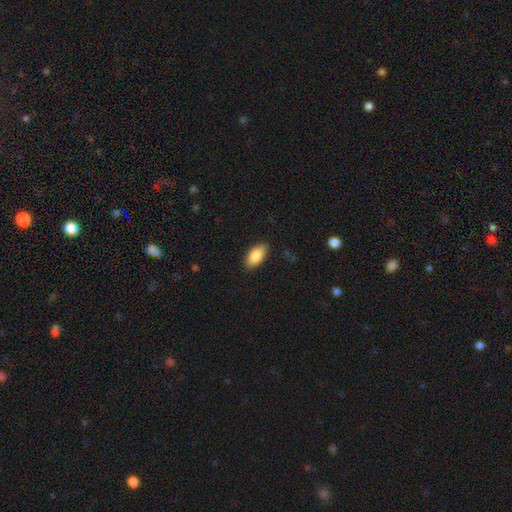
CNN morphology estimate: smooth_or_featured: smooth (p=0.86) [alt: featured or disk p=0.08]
how_rounded: in between (p=0.93) [alt: cigar-shaped p=0.04]
merging: none (p=0.85) [alt: minor disturbance p=0.12]